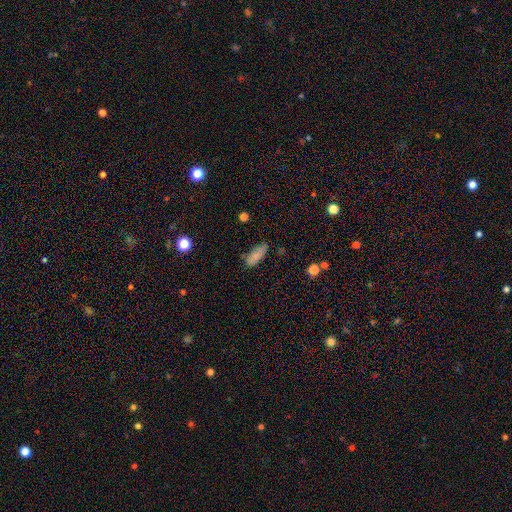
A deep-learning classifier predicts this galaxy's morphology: Smooth or featured: smooth — 83% (featured or disk — 9%)
How rounded: in between — 76% (cigar-shaped — 22%)
Merging: none — 69% (minor disturbance — 23%)